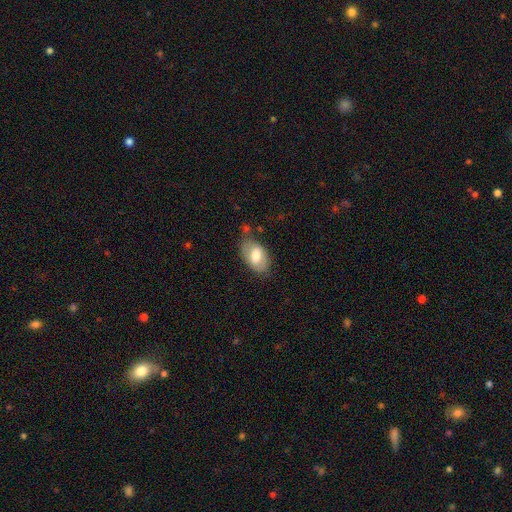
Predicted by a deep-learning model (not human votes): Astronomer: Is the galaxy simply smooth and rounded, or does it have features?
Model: smooth — 64%.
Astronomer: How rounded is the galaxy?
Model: in between — 91%.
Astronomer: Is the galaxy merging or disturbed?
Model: none — 64%.